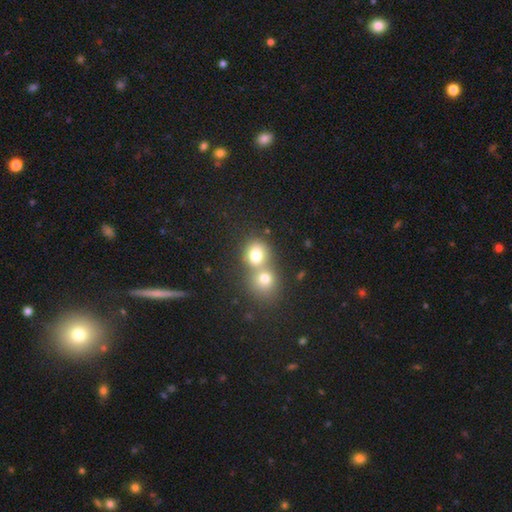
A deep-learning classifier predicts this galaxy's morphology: Smooth or featured? Predicted: smooth (p=0.75). How rounded? Predicted: round (p=0.71). Merging? Predicted: merger (p=0.57).